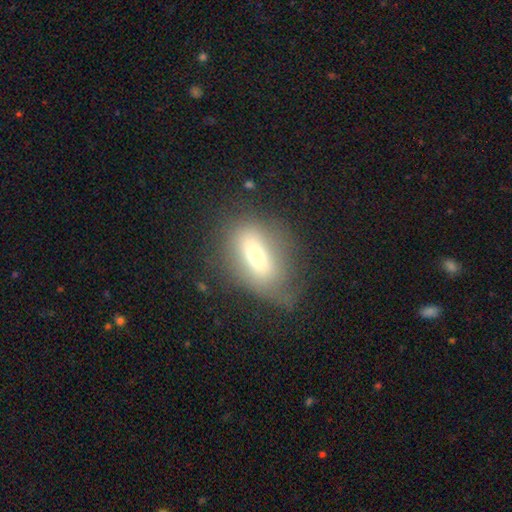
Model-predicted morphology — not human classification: smooth-or-featured: smooth: 60% | featured or disk: 29% | star or artifact: 11%
  how-rounded: in between: 72% | round: 21% | cigar-shaped: 7%
  merging: none: 52% | minor disturbance: 25% | major disturbance: 21% | merger: 2%